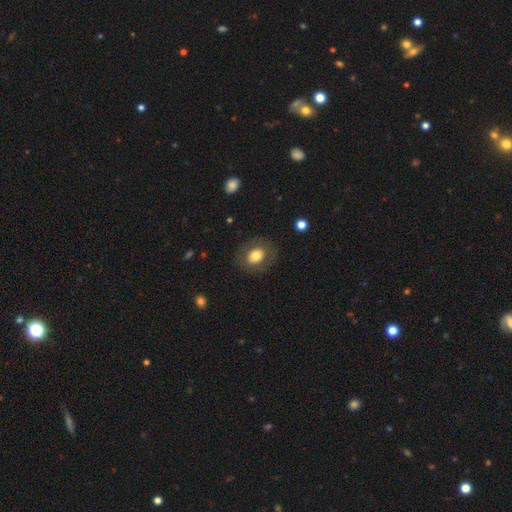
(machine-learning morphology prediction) This appears to be a smooth galaxy with no disk features (71%) that is round (52%). Merging: none (82%).